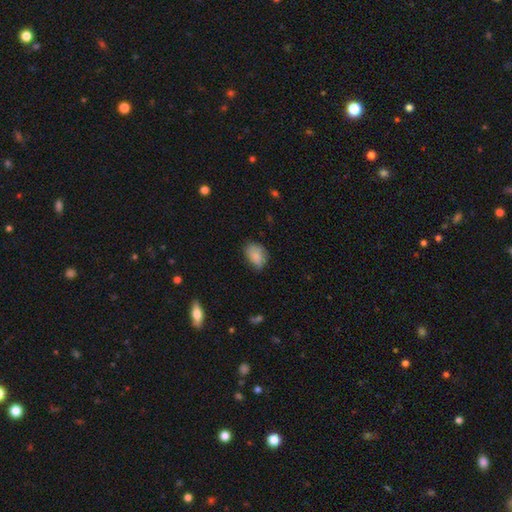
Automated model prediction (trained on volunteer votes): Overall: smooth (84%). How rounded: in between (77%). Merging: none (60%; minor disturbance 32%).